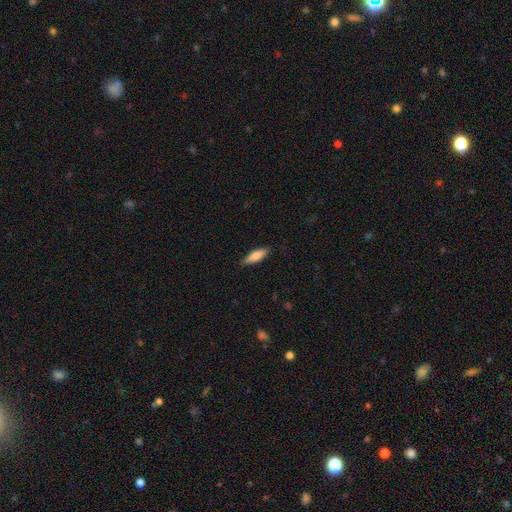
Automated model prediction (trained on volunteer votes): The model was most divided on "how rounded": cigar-shaped: 54%, in between: 45%, round: 2%. More confident: merging — none (86%); smooth or featured — smooth (80%).